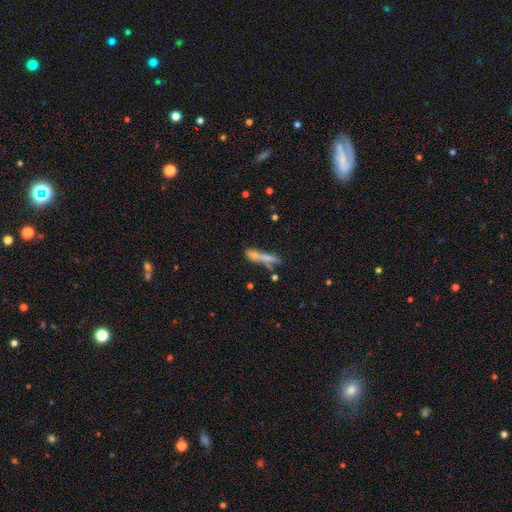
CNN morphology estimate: This is possibly a smooth galaxy (60%). How rounded: clearly cigar-shaped (88%). Merging: possibly none (57%).